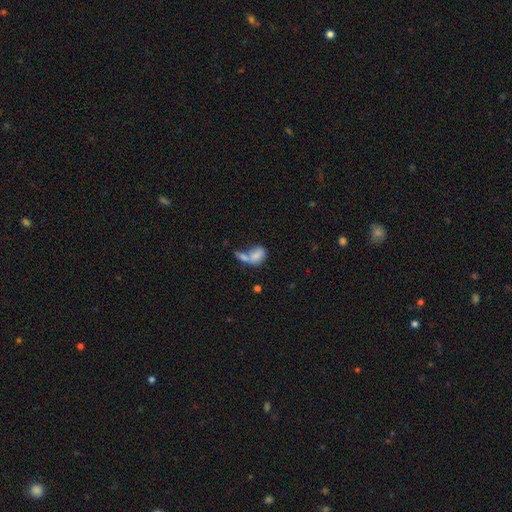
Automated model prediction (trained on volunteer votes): smooth 76%, featured or disk 15%, star or artifact 9%. Down the decision tree: how rounded — in between (82%); merging — merger (57%).